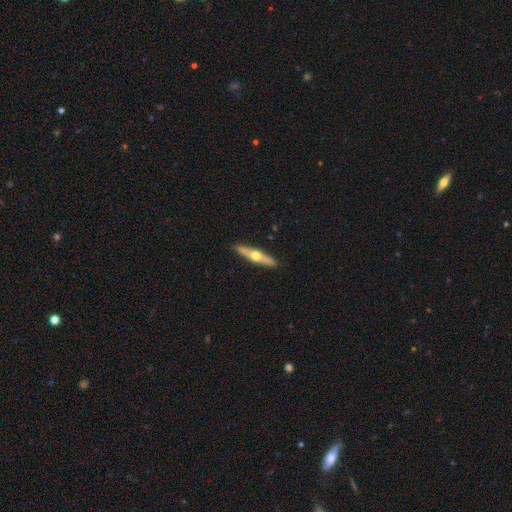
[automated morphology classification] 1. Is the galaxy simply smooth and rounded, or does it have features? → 63% featured or disk, 32% smooth, 5% star or artifact.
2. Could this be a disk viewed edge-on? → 95% yes, 5% no.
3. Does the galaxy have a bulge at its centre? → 95% rounded, 4% none, 2% boxy.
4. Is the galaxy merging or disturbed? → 91% none, 6% minor disturbance, 1% major disturbance, 1% merger.